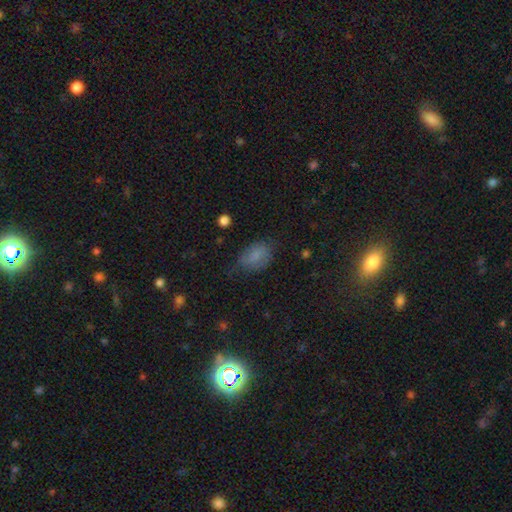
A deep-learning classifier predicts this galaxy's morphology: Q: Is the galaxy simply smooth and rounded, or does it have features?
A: smooth — 74%.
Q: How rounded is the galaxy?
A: in between — 84%.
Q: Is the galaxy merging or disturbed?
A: none — 59%.